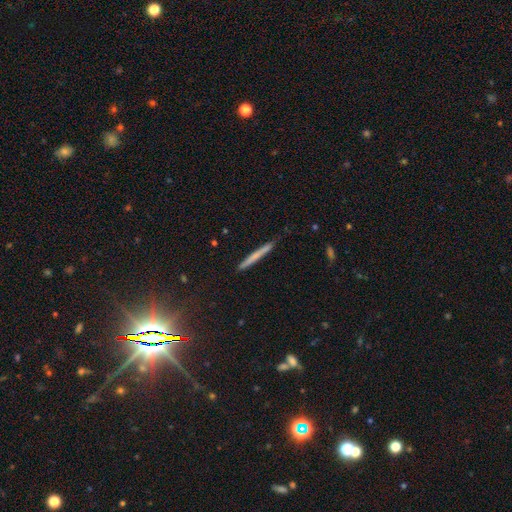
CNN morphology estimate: smooth_or_featured: smooth (p=0.58) [alt: featured or disk p=0.35]
how_rounded: cigar-shaped (p=0.97) [alt: in between p=0.02]
merging: none (p=0.88) [alt: minor disturbance p=0.09]